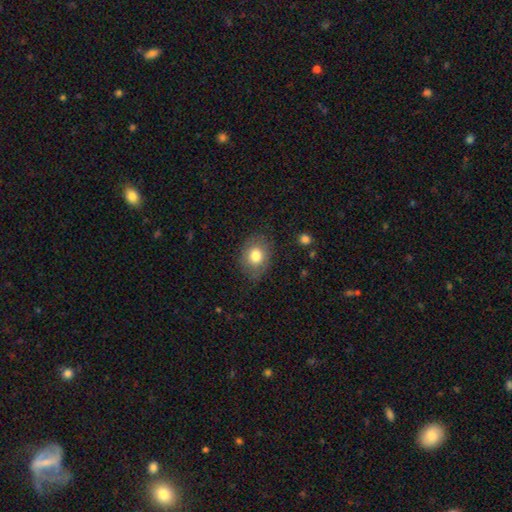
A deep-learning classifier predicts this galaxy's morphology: type=smooth (78%); roundness=in between (53%); merging=none (80%).